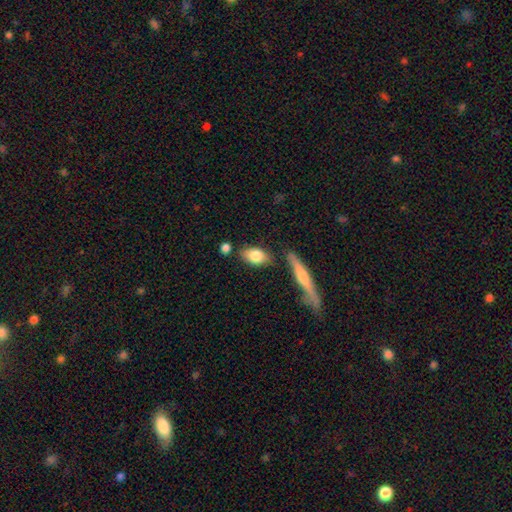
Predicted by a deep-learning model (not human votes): smooth_or_featured: smooth (p=0.77) [alt: featured or disk p=0.17]
how_rounded: in between (p=0.85) [alt: round p=0.08]
merging: none (p=0.73) [alt: minor disturbance p=0.14]